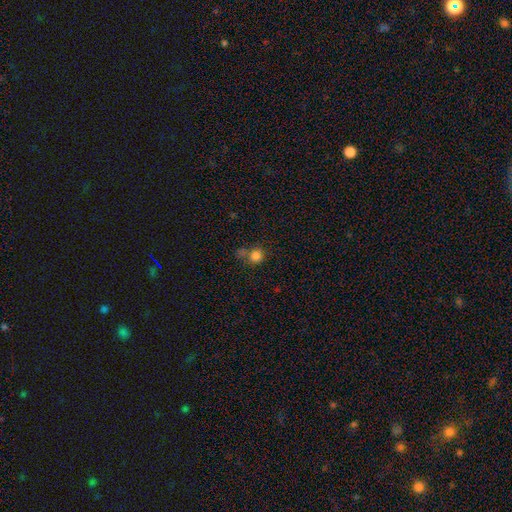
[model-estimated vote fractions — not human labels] This appears to be a smooth galaxy with no disk features (81%) that is round (89%). Merging: none (56%).